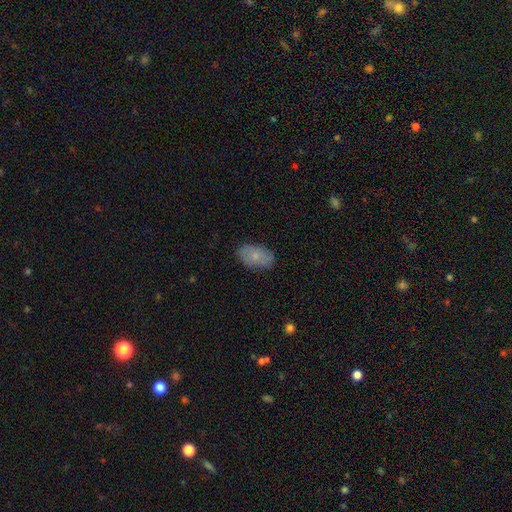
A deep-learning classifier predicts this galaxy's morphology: Overall: smooth (72%). How rounded: in between (92%). Merging: none (82%).